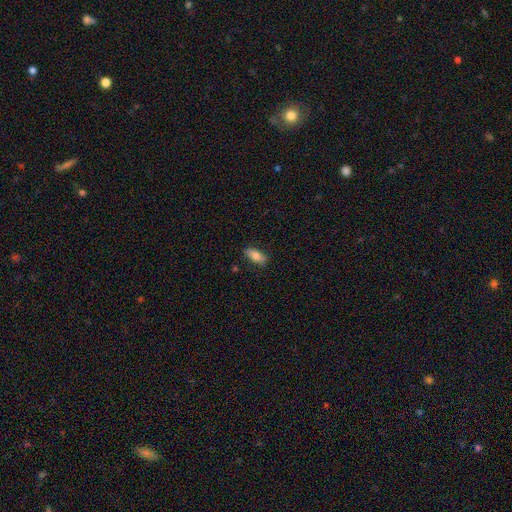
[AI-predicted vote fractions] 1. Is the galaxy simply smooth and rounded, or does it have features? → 77% smooth, 16% featured or disk, 7% star or artifact.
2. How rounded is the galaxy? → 82% in between, 15% cigar-shaped, 3% round.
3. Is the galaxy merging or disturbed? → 84% none, 12% minor disturbance, 2% major disturbance, 1% merger.